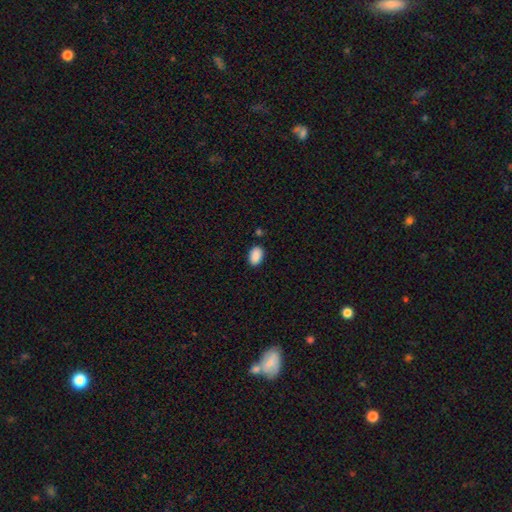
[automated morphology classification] type=smooth (90%); roundness=in between (90%); merging=none (86%).